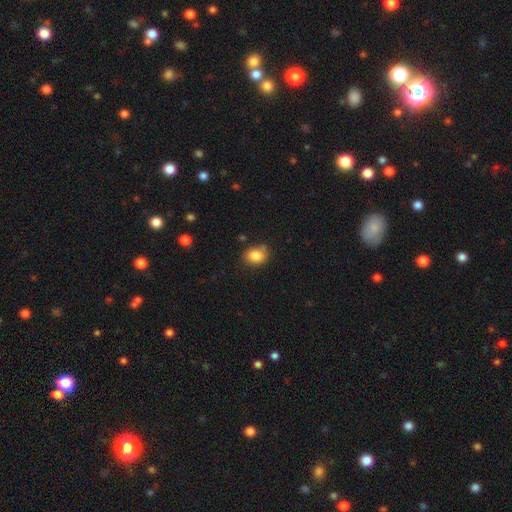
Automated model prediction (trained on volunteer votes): Smooth or featured: smooth — 85% (star or artifact — 9%)
How rounded: in between — 60% (round — 39%)
Merging: none — 72% (minor disturbance — 19%)